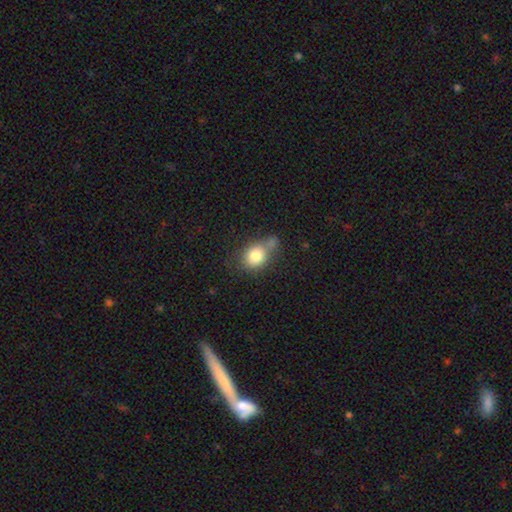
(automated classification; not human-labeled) smooth_or_featured: smooth (p=0.80) [alt: featured or disk p=0.11]
how_rounded: round (p=0.59) [alt: in between p=0.40]
merging: none (p=0.43) [alt: merger p=0.25]